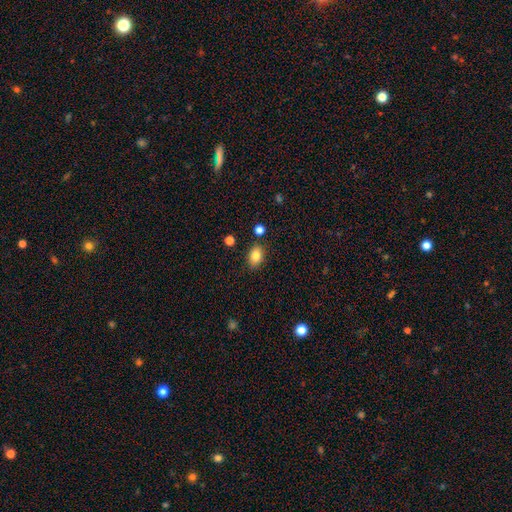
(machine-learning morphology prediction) Overall: smooth (83%). How rounded: in between (79%). Merging: none (83%).